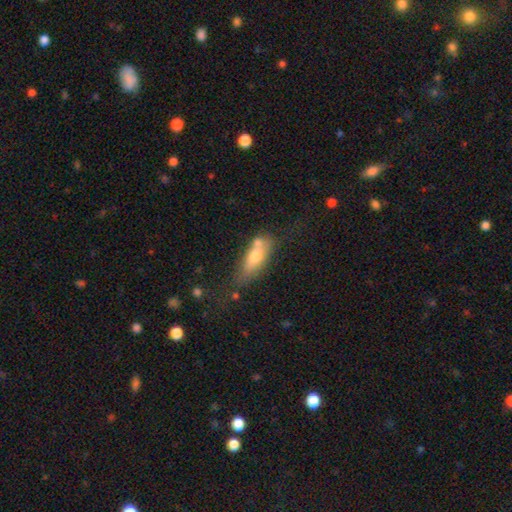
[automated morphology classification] Q: Smooth or featured?
A: smooth (64%); runner-up: featured or disk (28%)
Q: How rounded?
A: in between (70%); runner-up: cigar-shaped (26%)
Q: Merging?
A: none (43%); runner-up: merger (24%)